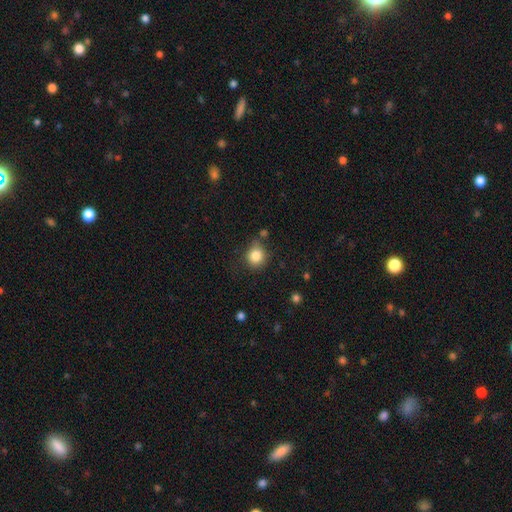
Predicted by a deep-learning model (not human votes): Smooth or featured? Predicted: smooth (p=0.84). How rounded? Predicted: round (p=0.82). Merging? Predicted: none (p=0.71).